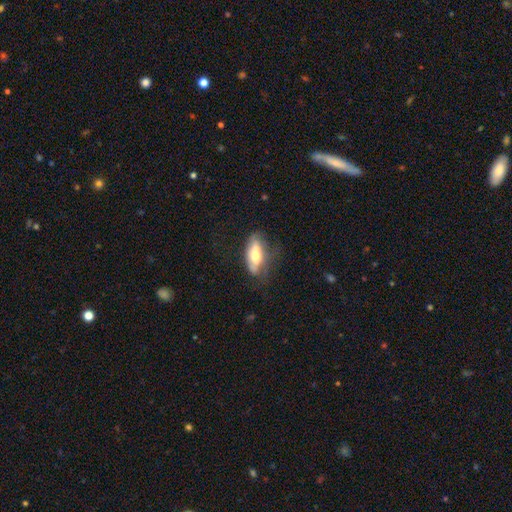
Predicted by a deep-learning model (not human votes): Overall: smooth (56%; featured or disk 38%). How rounded: in between (73%). Merging: none (55%; minor disturbance 29%).